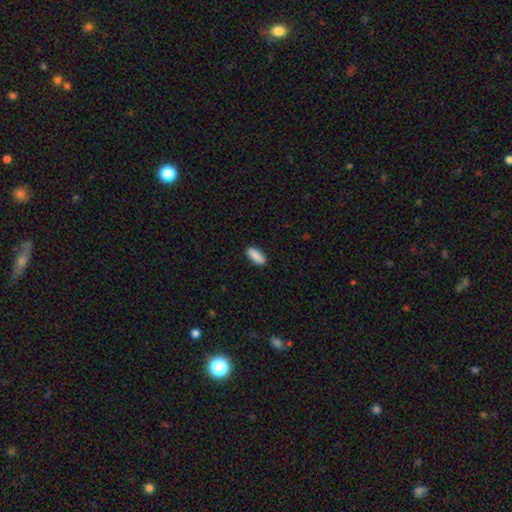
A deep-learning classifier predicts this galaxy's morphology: This is clearly a smooth galaxy (89%). How rounded: clearly in between (82%). Merging: clearly none (89%).